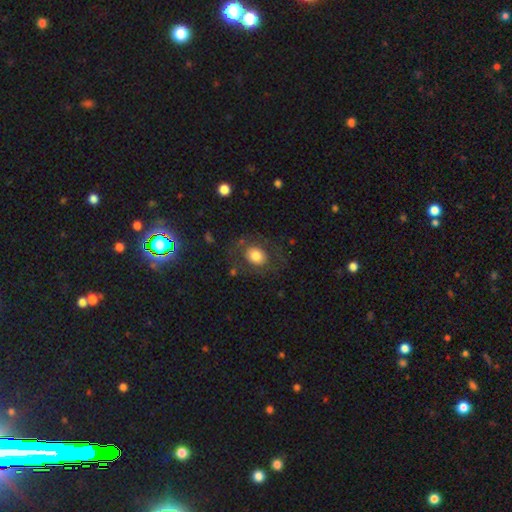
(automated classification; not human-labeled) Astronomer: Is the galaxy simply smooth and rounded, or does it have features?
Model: smooth — 71%.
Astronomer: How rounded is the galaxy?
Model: round — 54% (runner-up: in between, 45%).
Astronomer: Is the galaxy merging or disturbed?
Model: none — 71%.